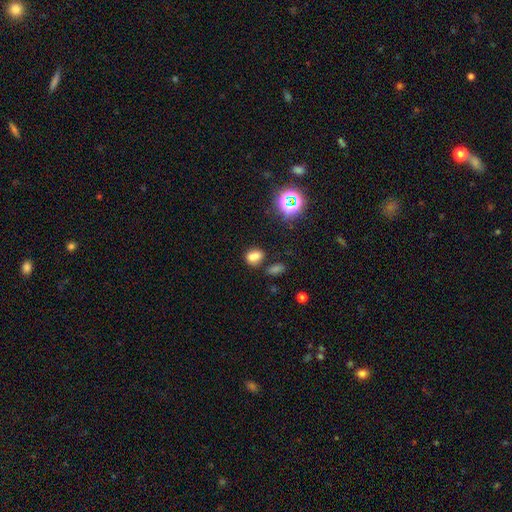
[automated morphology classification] Q: Smooth or featured?
A: smooth (73%); runner-up: star or artifact (20%)
Q: How rounded?
A: in between (66%); runner-up: round (32%)
Q: Merging?
A: none (62%); runner-up: merger (18%)